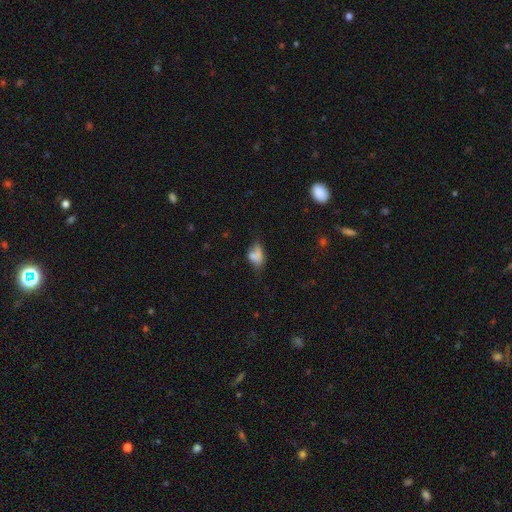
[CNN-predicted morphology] A smooth galaxy with no disk features (68%) that is in between round and cigar-shaped (85%).

Vote fractions:
- Smooth or featured? smooth: 68% / featured or disk: 20% / star or artifact: 12%
- How rounded? in between: 85% / round: 12% / cigar-shaped: 3%
- Merging? minor disturbance: 33% / none: 32% / major disturbance: 23% / merger: 12%